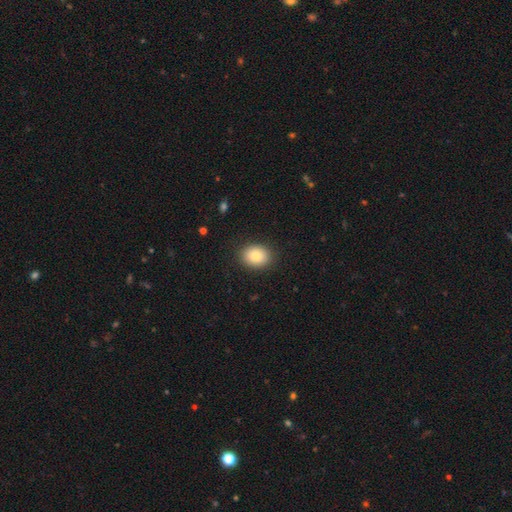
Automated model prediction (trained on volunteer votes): smooth 82%, featured or disk 9%, star or artifact 9%. Down the decision tree: how rounded — round (50%); merging — none (88%).